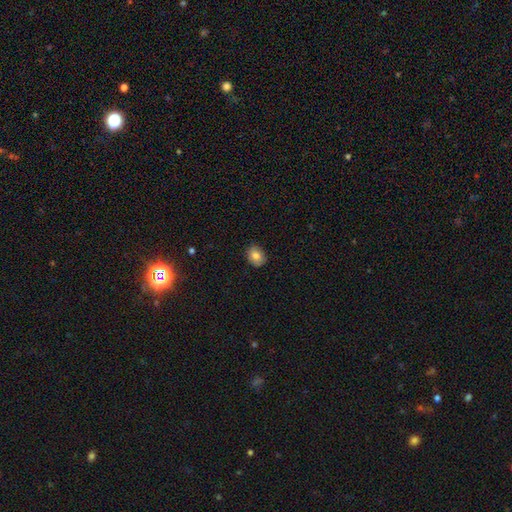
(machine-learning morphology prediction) smooth-or-featured: smooth: 82% | featured or disk: 9% | star or artifact: 9%
  how-rounded: in between: 53% | round: 46% | cigar-shaped: 1%
  merging: none: 87% | minor disturbance: 10% | major disturbance: 2% | merger: 1%